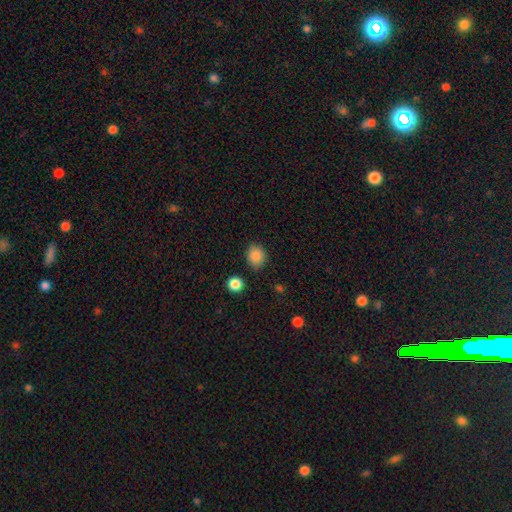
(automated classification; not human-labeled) This appears to be a smooth galaxy with no disk features (86%) that is round (69%). Merging: none (84%).